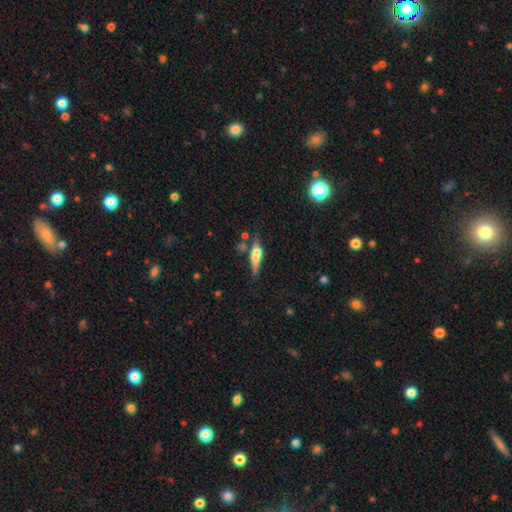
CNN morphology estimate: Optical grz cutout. It shows a featured or disk galaxy (51%) viewed edge-on (91%). Merging: none (65%).